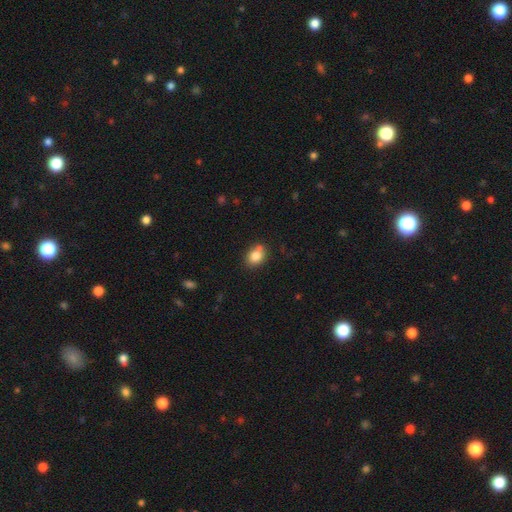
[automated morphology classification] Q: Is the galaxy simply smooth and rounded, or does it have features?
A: smooth — 83%.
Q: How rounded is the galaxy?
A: in between — 66%.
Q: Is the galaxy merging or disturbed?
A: none — 70%.